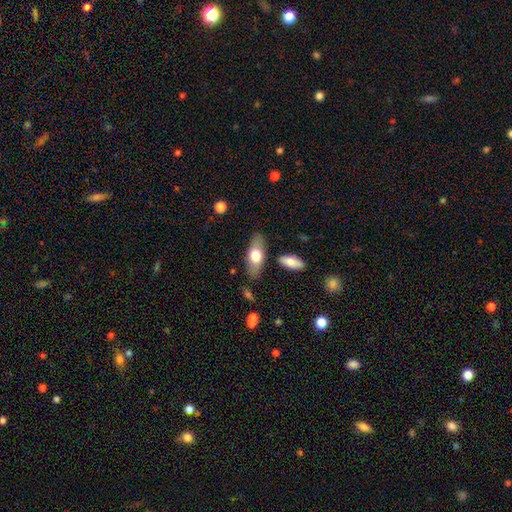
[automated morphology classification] smooth 63%, featured or disk 31%, star or artifact 6%. Down the decision tree: how rounded — in between (77%); merging — none (77%).